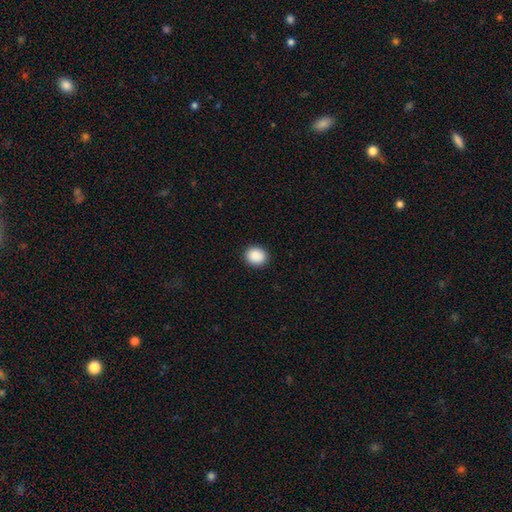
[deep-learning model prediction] This appears to be a smooth galaxy with no disk features (89%) that is round (75%). Merging: none (91%).